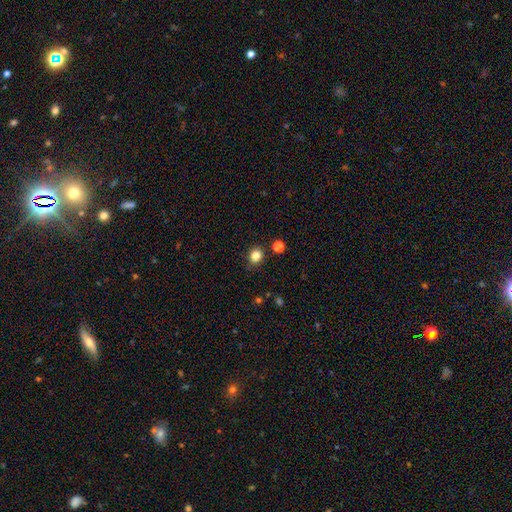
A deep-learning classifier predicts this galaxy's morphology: smooth-or-featured: smooth: 83% | star or artifact: 12% | featured or disk: 5%
  how-rounded: round: 74% | in between: 25% | cigar-shaped: 1%
  merging: none: 85% | minor disturbance: 9% | merger: 3% | major disturbance: 2%